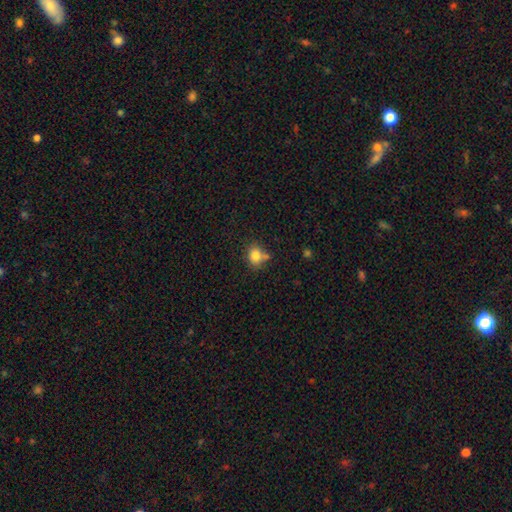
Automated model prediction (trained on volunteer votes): The model was most divided on "how rounded": round: 58%, in between: 41%, cigar-shaped: 1%. More confident: smooth or featured — smooth (81%); merging — none (62%).